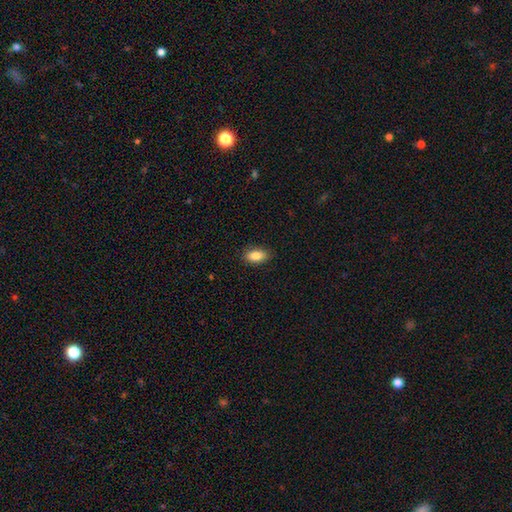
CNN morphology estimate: This is clearly a smooth galaxy (86%). How rounded: clearly in between (90%). Merging: clearly none (88%).